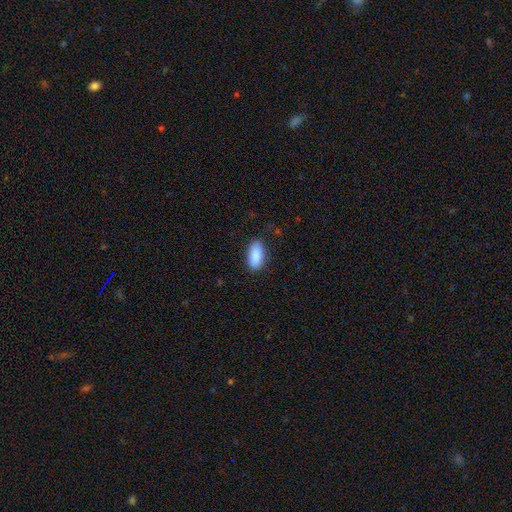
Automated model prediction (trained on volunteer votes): Smooth or featured? Predicted: smooth (p=0.89). How rounded? Predicted: in between (p=0.91). Merging? Predicted: none (p=0.84).